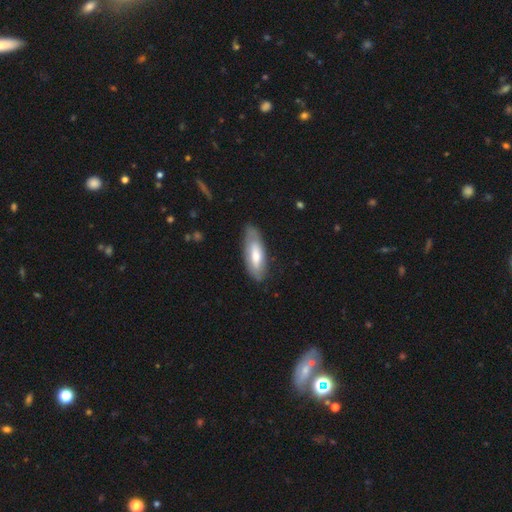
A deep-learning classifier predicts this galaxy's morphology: This is likely a smooth galaxy (61%). How rounded: likely in between (65%). Merging: likely none (74%).